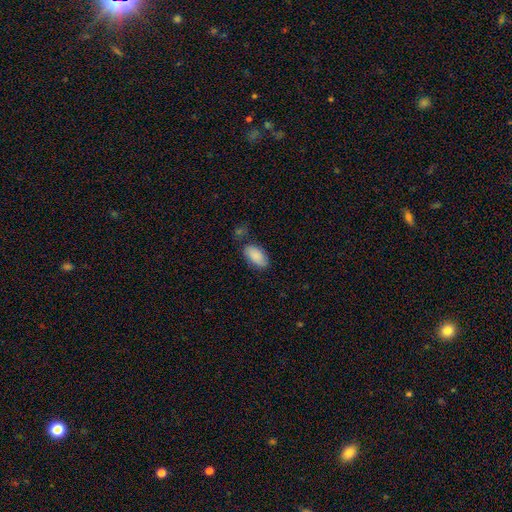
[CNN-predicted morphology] smooth_or_featured: smooth (p=0.83) [alt: featured or disk p=0.11]
how_rounded: in between (p=0.94) [alt: cigar-shaped p=0.03]
merging: none (p=0.67) [alt: minor disturbance p=0.20]